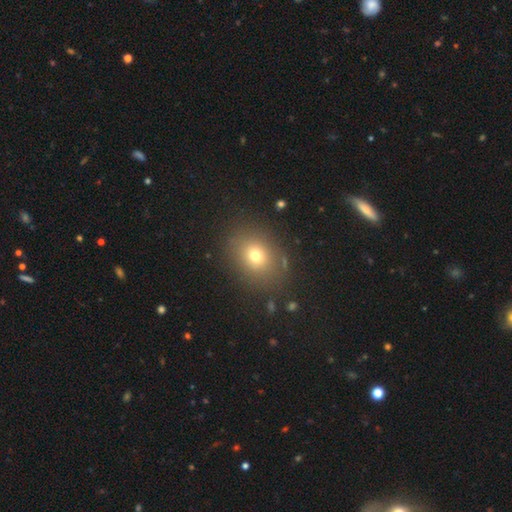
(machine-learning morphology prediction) smooth_or_featured: smooth (p=0.71) [alt: star or artifact p=0.17]
how_rounded: round (p=0.55) [alt: in between p=0.44]
merging: none (p=0.83) [alt: minor disturbance p=0.10]